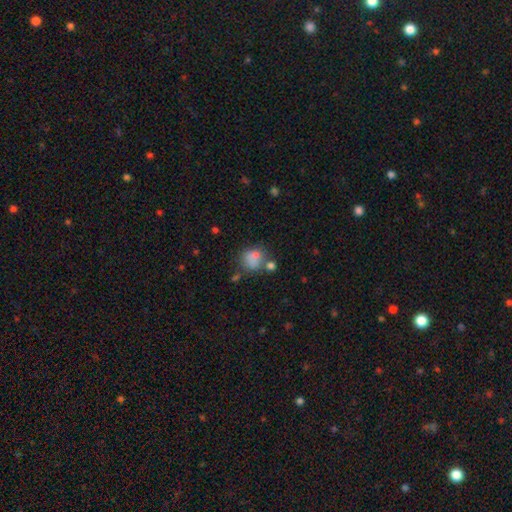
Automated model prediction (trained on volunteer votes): The model was most divided on "merging": none: 49%, merger: 24%, minor disturbance: 18%, major disturbance: 9%. More confident: smooth or featured — smooth (71%); how rounded — round (70%).